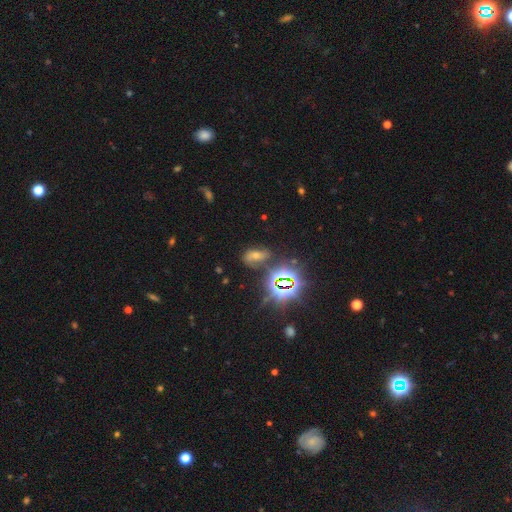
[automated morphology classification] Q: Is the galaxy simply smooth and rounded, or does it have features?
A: star or artifact — 56%.